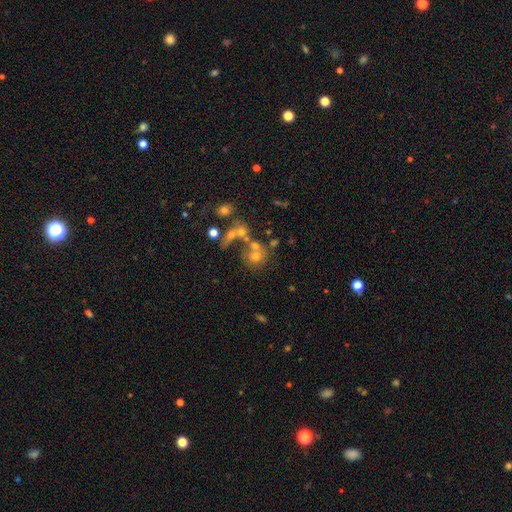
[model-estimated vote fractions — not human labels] smooth_or_featured: smooth (p=0.54) [alt: featured or disk p=0.23]
how_rounded: round (p=0.82) [alt: in between p=0.16]
merging: none (p=0.43) [alt: merger p=0.36]